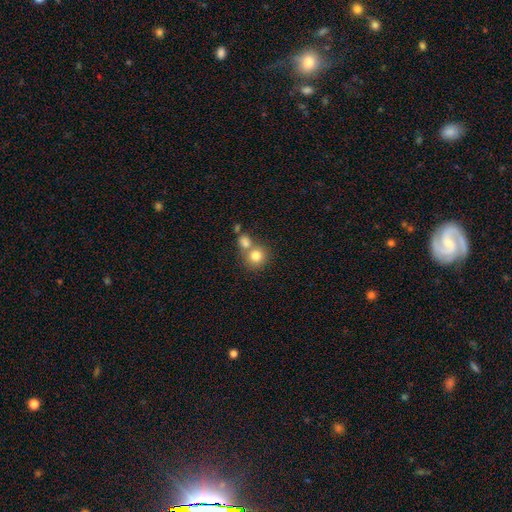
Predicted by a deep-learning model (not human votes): This appears to be a smooth galaxy with no disk features (79%) that is round (86%). Merging: none (48%).